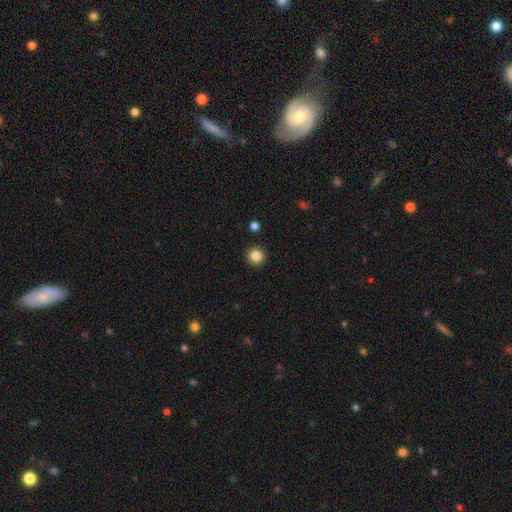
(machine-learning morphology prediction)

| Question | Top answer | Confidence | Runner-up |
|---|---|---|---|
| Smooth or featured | smooth | 84% | star or artifact (10%) |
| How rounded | round | 94% | in between (5%) |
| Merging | none | 92% | minor disturbance (5%) |